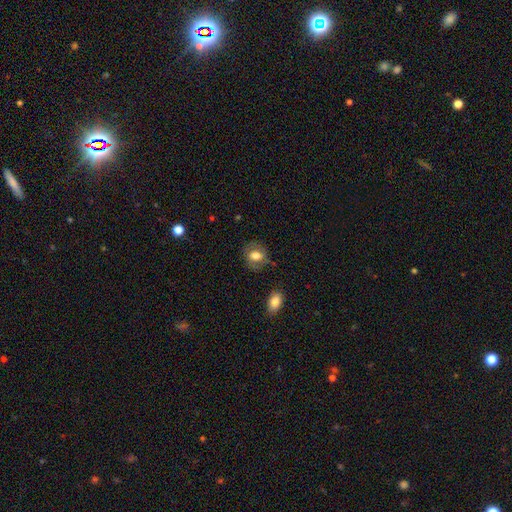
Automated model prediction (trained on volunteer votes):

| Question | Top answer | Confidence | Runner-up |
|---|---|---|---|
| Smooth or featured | smooth | 67% | featured or disk (24%) |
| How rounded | in between | 50% | round (49%) |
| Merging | none | 74% | minor disturbance (17%) |